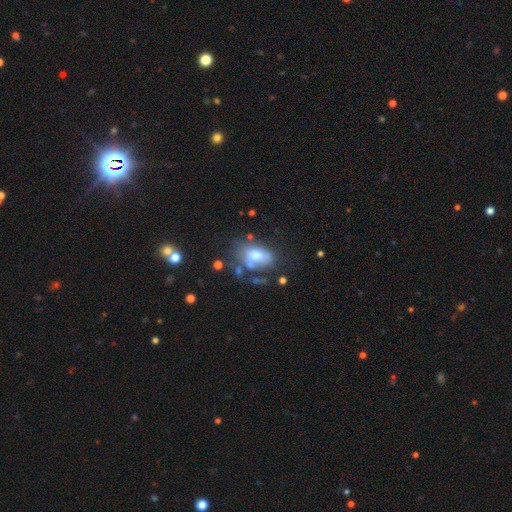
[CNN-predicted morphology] smooth_or_featured: smooth (p=0.64) [alt: featured or disk p=0.27]
how_rounded: in between (p=0.85) [alt: round p=0.14]
merging: none (p=0.39) [alt: minor disturbance p=0.26]